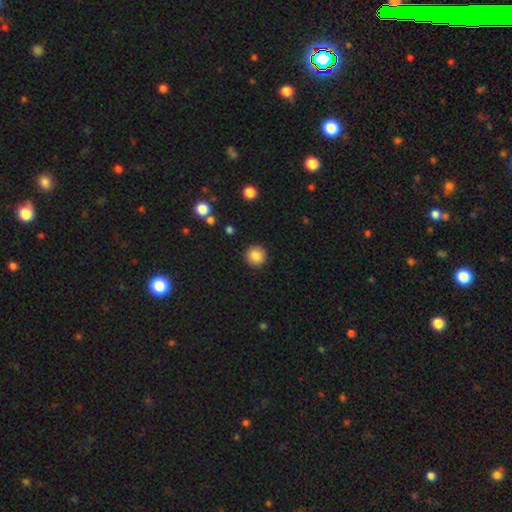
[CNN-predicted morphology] smooth_or_featured: smooth (p=0.86) [alt: star or artifact p=0.09]
how_rounded: round (p=0.94) [alt: in between p=0.05]
merging: none (p=0.91) [alt: minor disturbance p=0.06]